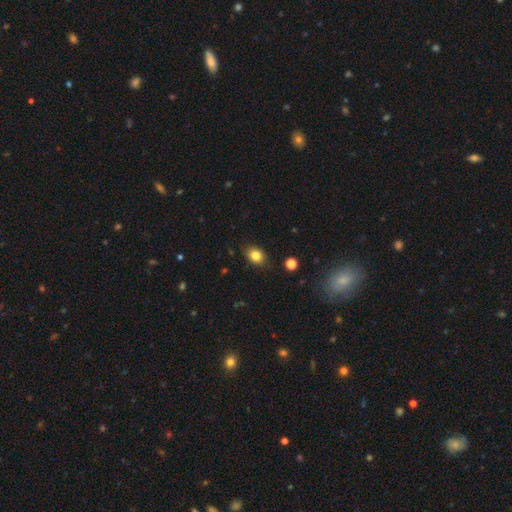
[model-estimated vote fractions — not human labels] Morphology: type=smooth (82%); roundness=in between (59%); merging=none (84%).